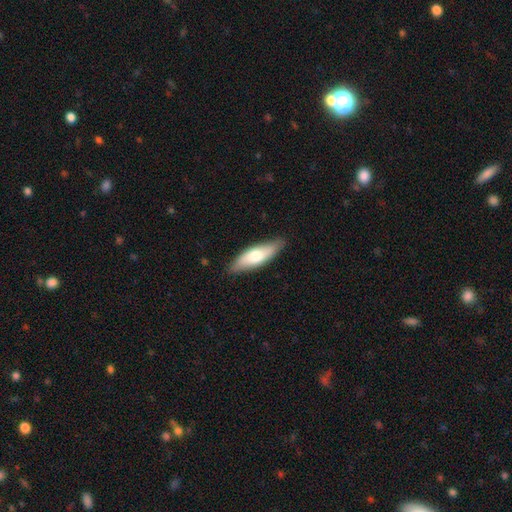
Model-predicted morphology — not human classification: Smooth or featured?
  - smooth: 64% *
  - featured or disk: 30%
  - star or artifact: 5%
How rounded?
  - in between: 52% *
  - cigar-shaped: 46%
  - round: 2%
Merging?
  - none: 84% *
  - minor disturbance: 13%
  - major disturbance: 2%
  - merger: 1%